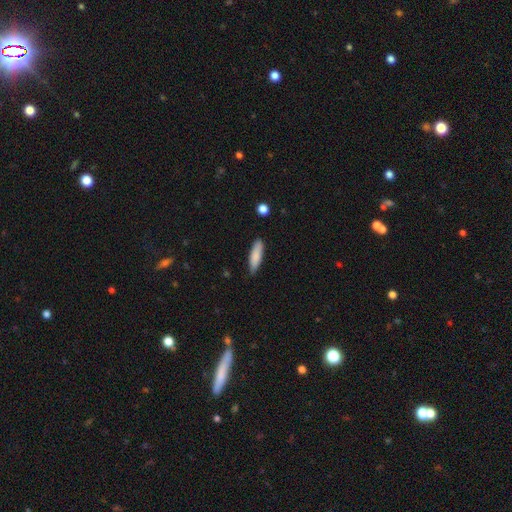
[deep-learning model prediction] Overall: smooth (84%). How rounded: cigar-shaped (60%; in between 38%). Merging: none (81%).